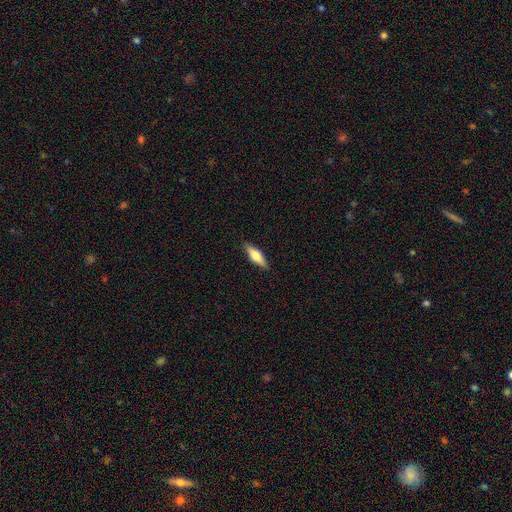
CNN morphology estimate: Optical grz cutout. It shows a smooth galaxy with no disk features (58%) that is cigar-shaped (56%). Merging: none (87%).